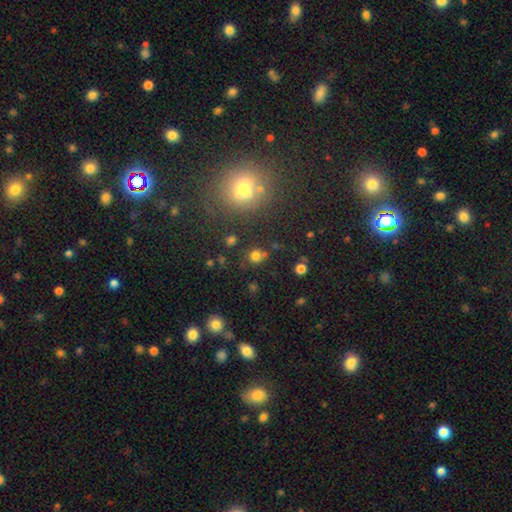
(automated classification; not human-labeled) This appears to be a smooth galaxy with no disk features (73%) that is round (89%). Merging: none (76%).